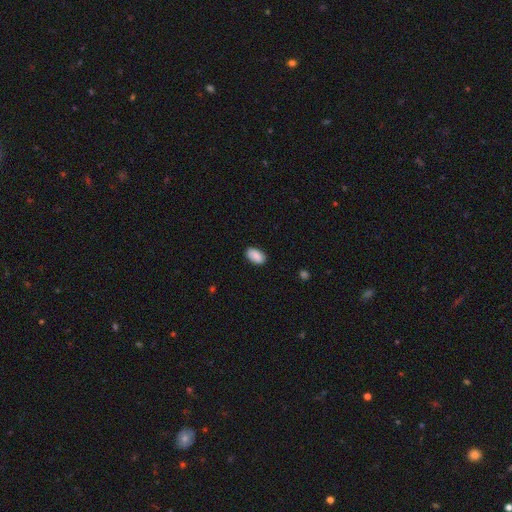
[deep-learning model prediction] Smooth or featured? Predicted: smooth (p=0.88). How rounded? Predicted: in between (p=0.94). Merging? Predicted: none (p=0.85).